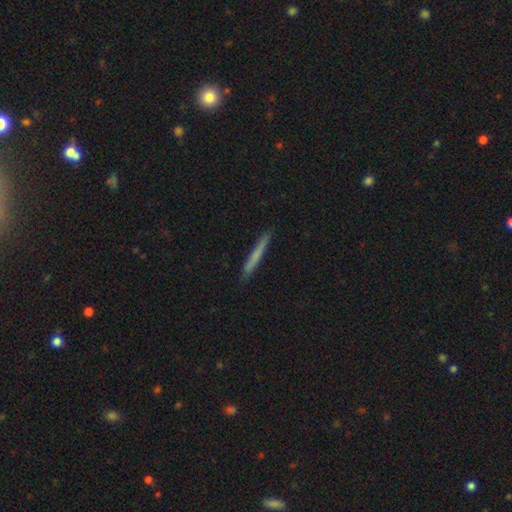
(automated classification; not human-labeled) smooth 66%, featured or disk 28%, star or artifact 6%. Down the decision tree: how rounded — cigar-shaped (97%); merging — none (90%).